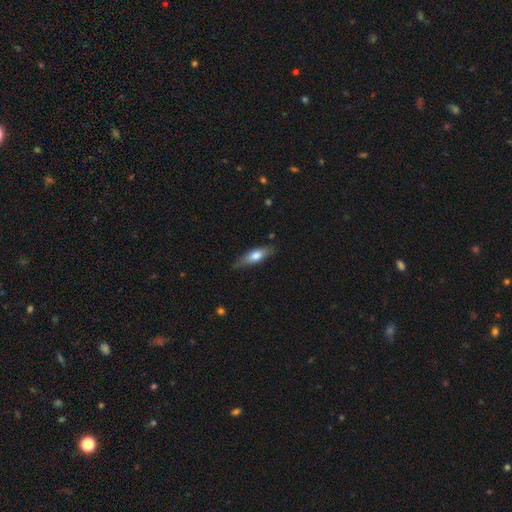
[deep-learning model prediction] Smooth or featured: smooth — 68% (featured or disk — 27%)
How rounded: in between — 52% (cigar-shaped — 46%)
Merging: none — 76% (minor disturbance — 19%)